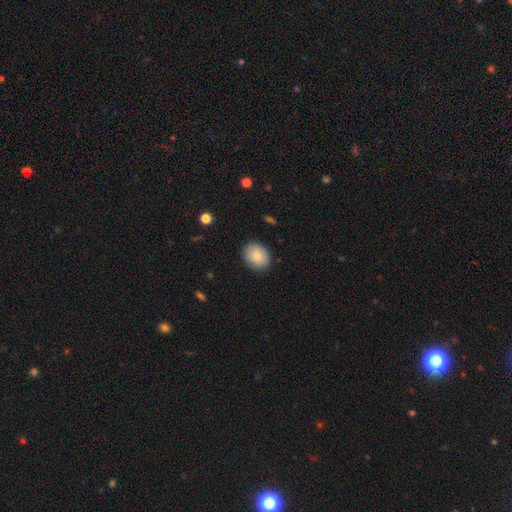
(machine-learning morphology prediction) Smooth or featured? Predicted: smooth (p=0.83). How rounded? Predicted: in between (p=0.53). Merging? Predicted: none (p=0.87).